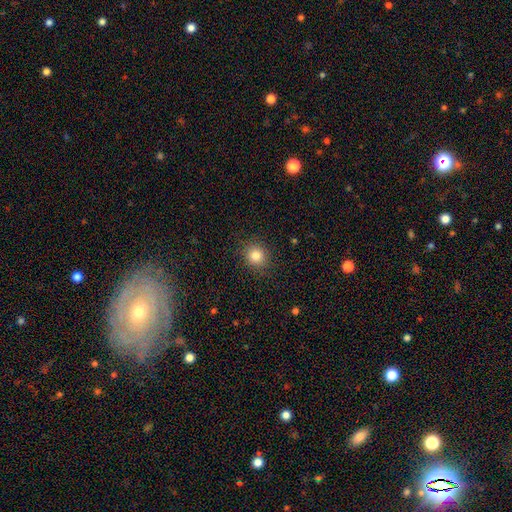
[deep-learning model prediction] Smooth or featured?
  - smooth: 82% *
  - star or artifact: 12%
  - featured or disk: 6%
How rounded?
  - round: 85% *
  - in between: 14%
  - cigar-shaped: 1%
Merging?
  - none: 89% *
  - minor disturbance: 8%
  - major disturbance: 3%
  - merger: 1%